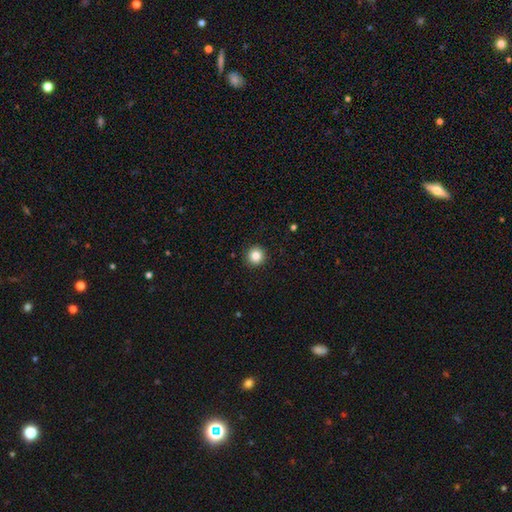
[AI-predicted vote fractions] Q: Smooth or featured?
A: smooth (84%); runner-up: star or artifact (10%)
Q: How rounded?
A: round (96%); runner-up: in between (3%)
Q: Merging?
A: none (93%); runner-up: minor disturbance (4%)